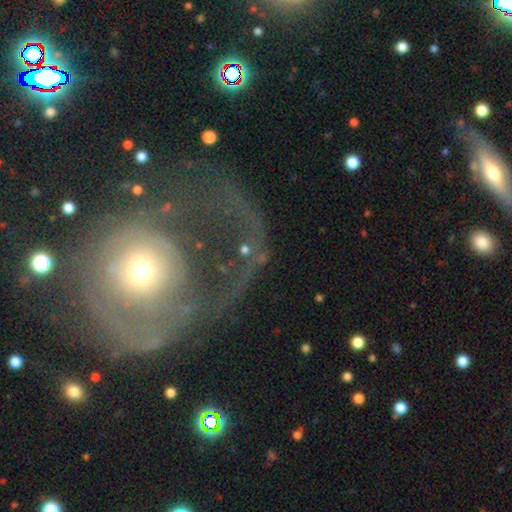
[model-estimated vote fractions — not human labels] Overall: featured or disk (60%; smooth 26%). Edge-on disk: no (94%). Bar: no (71%). Spiral arms: yes (56%; no 44%). Bulge size: moderate (55%; small 31%). Merging: major disturbance (49%; none 32%).